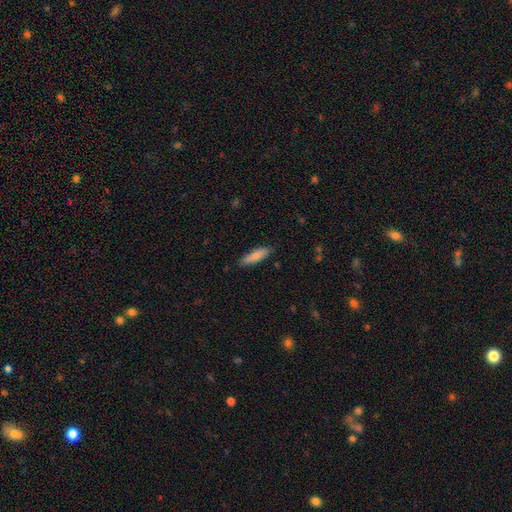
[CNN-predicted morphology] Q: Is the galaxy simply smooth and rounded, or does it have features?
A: smooth — 83%.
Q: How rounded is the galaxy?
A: cigar-shaped — 66%.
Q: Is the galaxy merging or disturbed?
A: none — 85%.